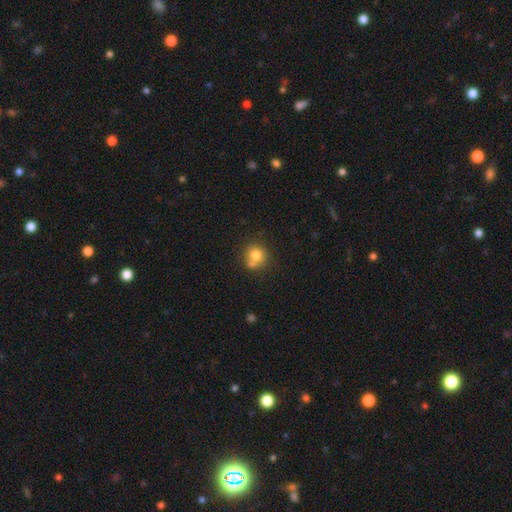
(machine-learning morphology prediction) Overall: smooth (78%). How rounded: round (88%). Merging: none (55%; merger 29%).